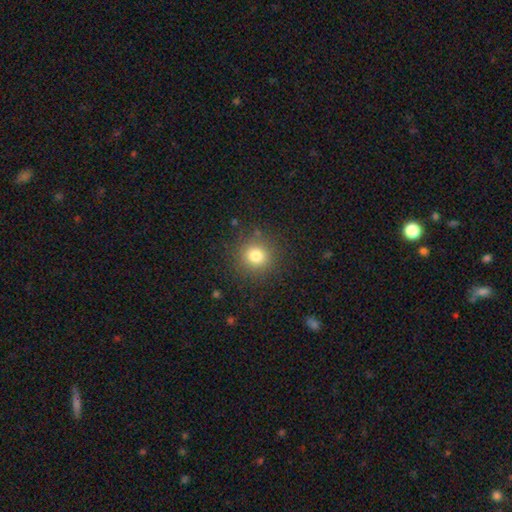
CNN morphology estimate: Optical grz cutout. It shows a smooth galaxy with no disk features (79%) that is round (92%). Merging: none (87%).